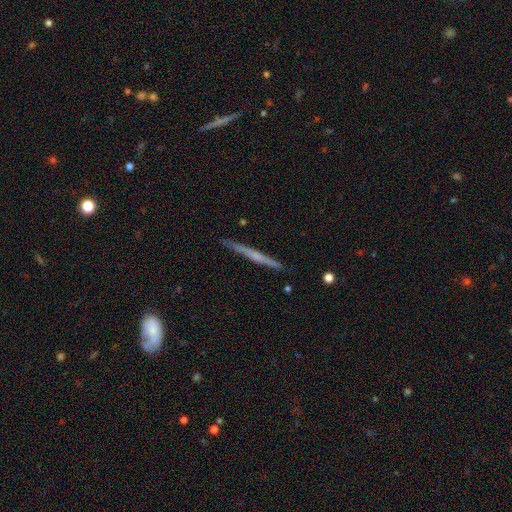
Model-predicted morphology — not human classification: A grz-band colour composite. It shows a featured or disk galaxy (66%) viewed edge-on (98%) with a rounded central bulge (47%). Merging: none (89%).